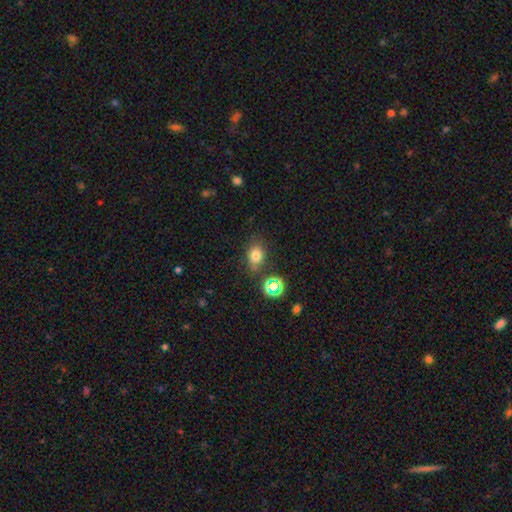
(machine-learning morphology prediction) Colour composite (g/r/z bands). It shows a smooth galaxy with no disk features (71%) that is in between round and cigar-shaped (63%). Merging: none (72%).